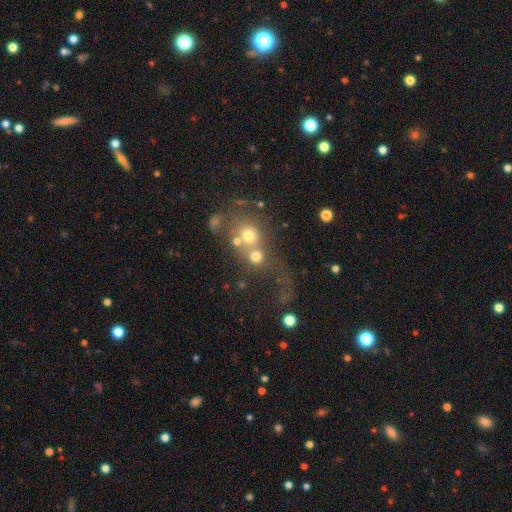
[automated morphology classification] Smooth or featured? smooth (53%)
How rounded? round (78%)
Merging? merger (53%)